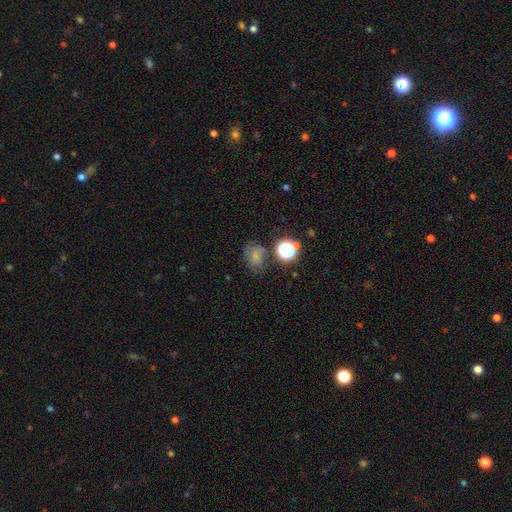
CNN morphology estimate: This is likely a smooth galaxy (64%). How rounded: possibly in between (55%). Merging: possibly none (54%).